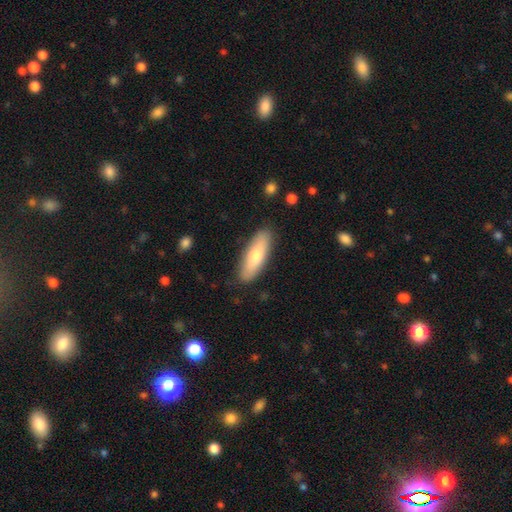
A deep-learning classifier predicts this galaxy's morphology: This is likely a smooth galaxy (70%). How rounded: possibly in between (53%). Merging: clearly none (87%).